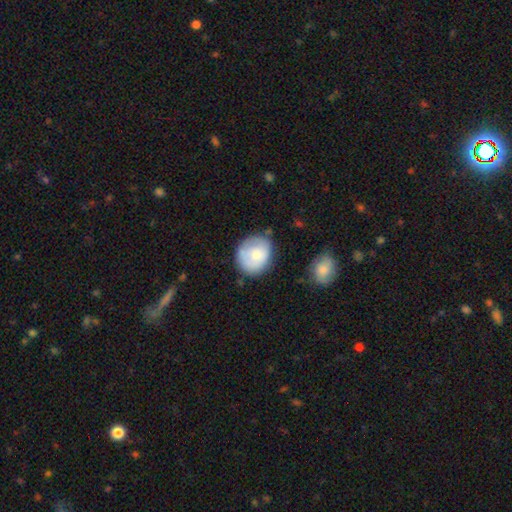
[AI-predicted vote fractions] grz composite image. It shows a smooth galaxy with no disk features (72%) that is round (73%). Merging: none (63%).